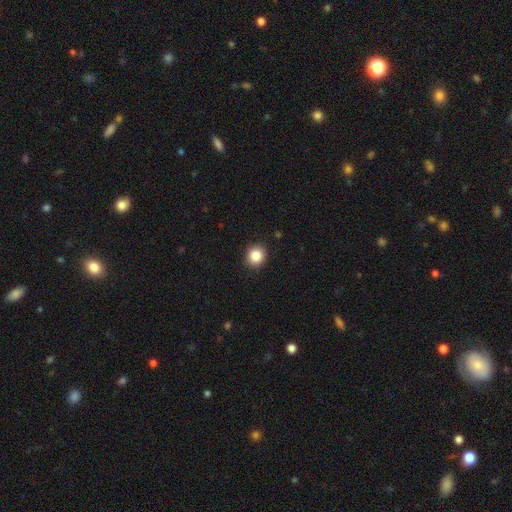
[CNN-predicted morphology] This appears to be a smooth galaxy with no disk features (85%) that is round (82%). Merging: none (91%).